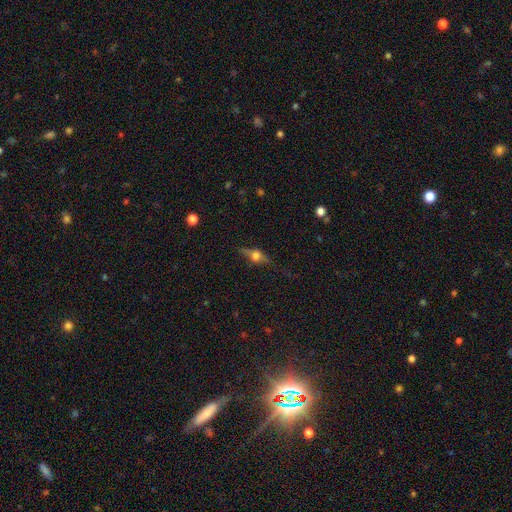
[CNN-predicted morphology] This appears to be a featured or disk galaxy (63%) viewed edge-on (94%) with a rounded central bulge (95%). Merging: none (81%).